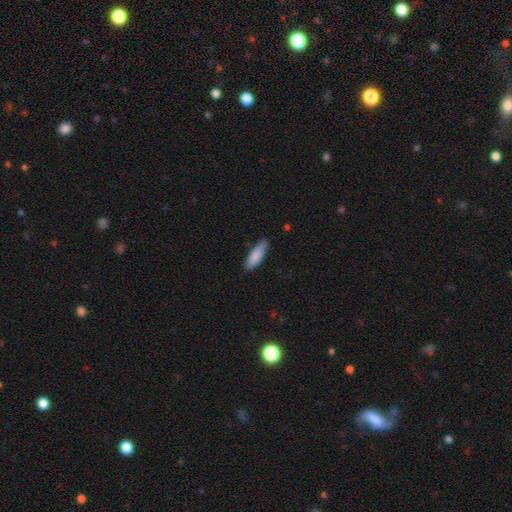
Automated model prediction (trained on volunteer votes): Smooth or featured?
  - smooth: 85% *
  - featured or disk: 9%
  - star or artifact: 6%
How rounded?
  - in between: 54% *
  - cigar-shaped: 44%
  - round: 2%
Merging?
  - none: 78% *
  - minor disturbance: 18%
  - major disturbance: 3%
  - merger: 1%